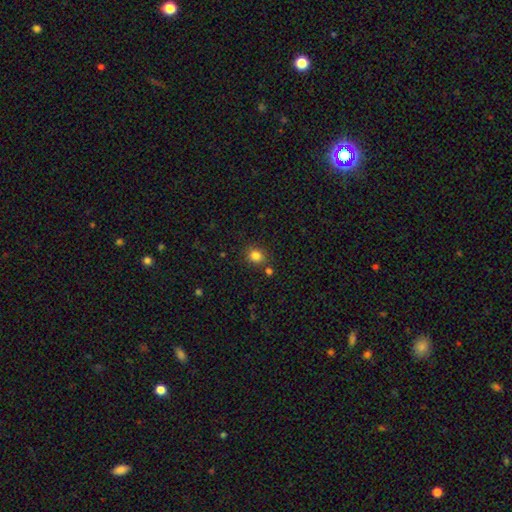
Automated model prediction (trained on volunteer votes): A smooth galaxy with no disk features (82%) that is round (72%). Merging: none (80%).